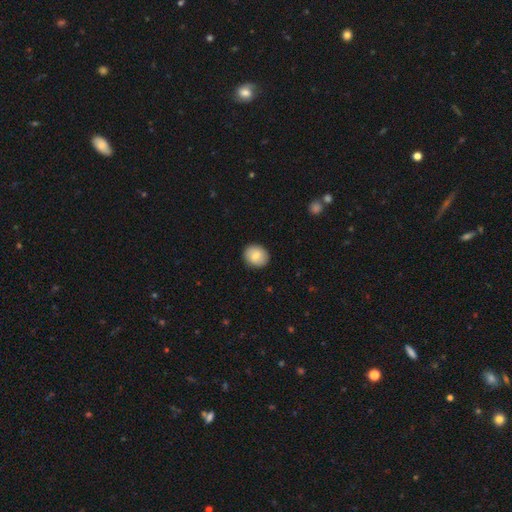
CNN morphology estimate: smooth_or_featured: smooth (p=0.77) [alt: featured or disk p=0.16]
how_rounded: round (p=0.74) [alt: in between p=0.25]
merging: none (p=0.90) [alt: minor disturbance p=0.07]